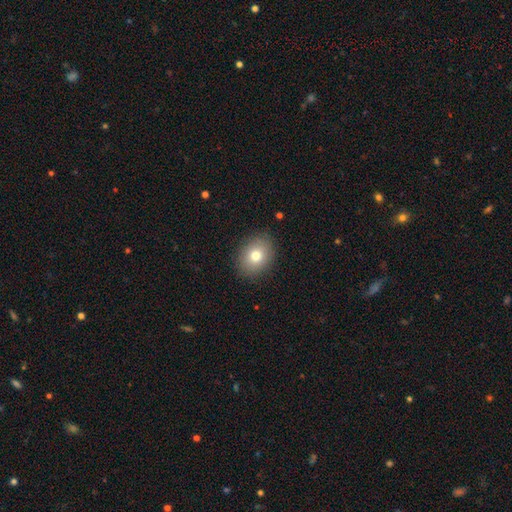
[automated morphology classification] Smooth or featured? smooth (78%)
How rounded? in between (56%)
Merging? none (88%)